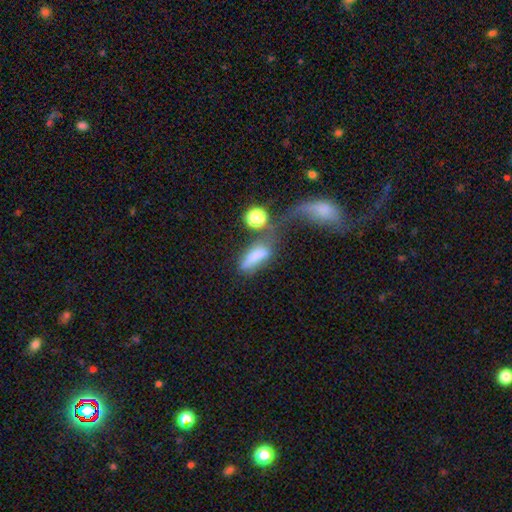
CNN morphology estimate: smooth_or_featured: smooth (p=0.66) [alt: featured or disk p=0.21]
how_rounded: in between (p=0.55) [alt: cigar-shaped p=0.38]
merging: none (p=0.28) [tied with: major disturbance p=0.28]